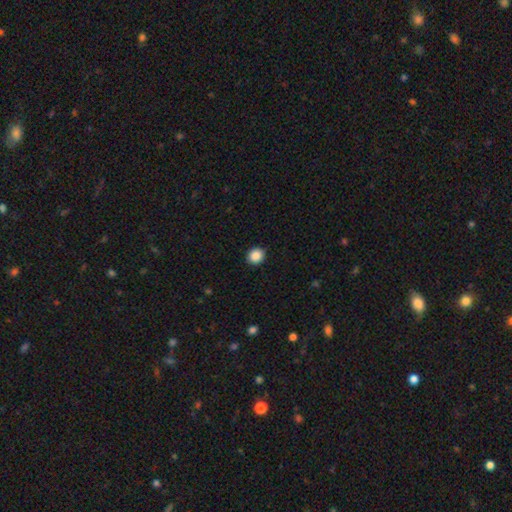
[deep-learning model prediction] Morphology: type=smooth (89%); roundness=round (78%); merging=none (91%).